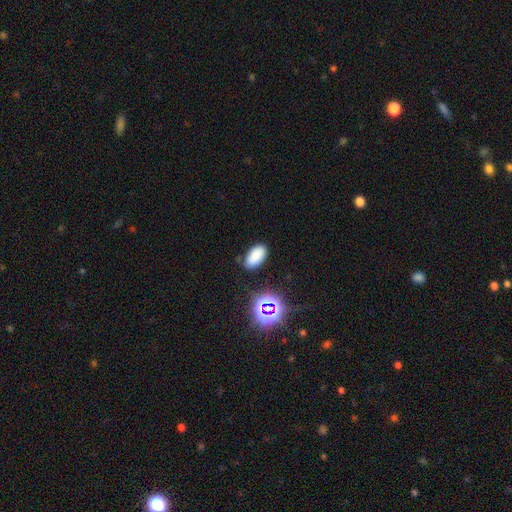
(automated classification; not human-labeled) Smooth or featured?
  - smooth: 78% *
  - star or artifact: 15%
  - featured or disk: 7%
How rounded?
  - in between: 94% *
  - round: 4%
  - cigar-shaped: 2%
Merging?
  - none: 80% *
  - minor disturbance: 14%
  - major disturbance: 3%
  - merger: 2%